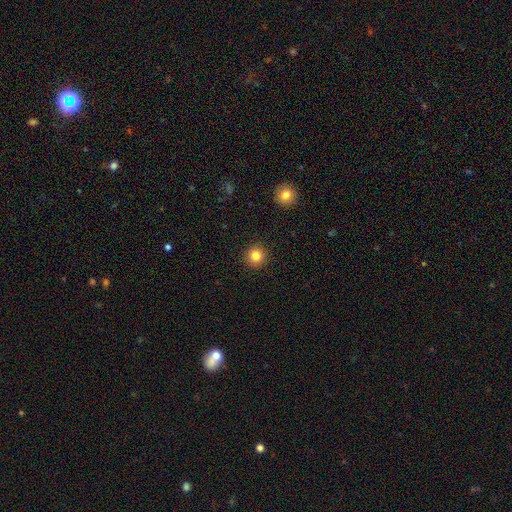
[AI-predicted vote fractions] smooth 83%, star or artifact 12%, featured or disk 5%. Down the decision tree: how rounded — round (94%); merging — none (92%).